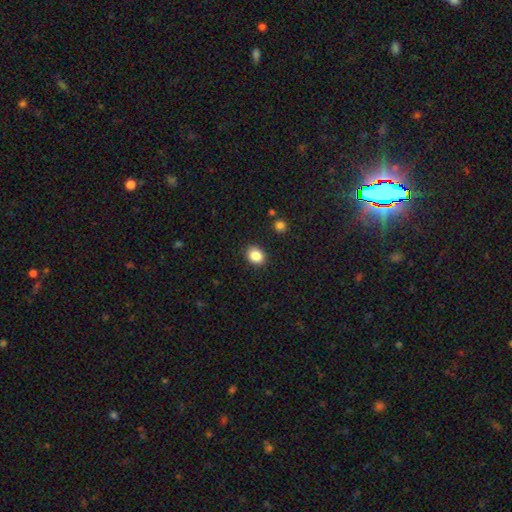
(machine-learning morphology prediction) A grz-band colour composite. It shows a smooth galaxy with no disk features (86%) that is in between round and cigar-shaped (50%). Merging: none (89%).